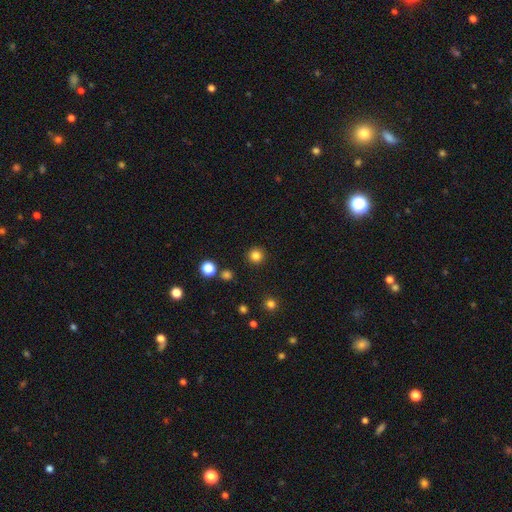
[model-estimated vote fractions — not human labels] Morphology: type=smooth (83%); roundness=round (95%); merging=none (92%).